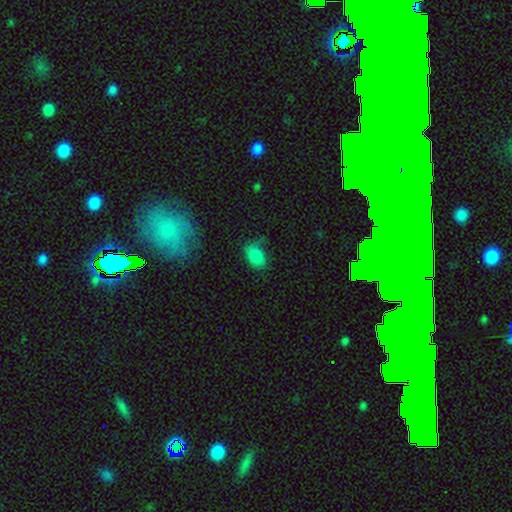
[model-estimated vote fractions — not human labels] Q: Smooth or featured?
A: smooth (83%); runner-up: star or artifact (9%)
Q: How rounded?
A: in between (82%); runner-up: round (16%)
Q: Merging?
A: none (53%); runner-up: minor disturbance (30%)